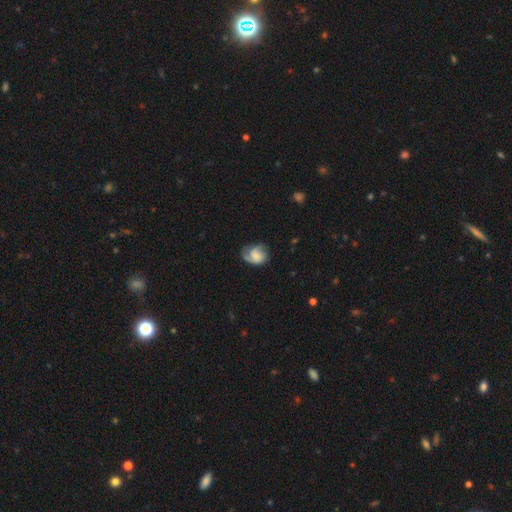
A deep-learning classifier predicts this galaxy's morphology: A featured or disk galaxy (50%). Merging: none (56%).